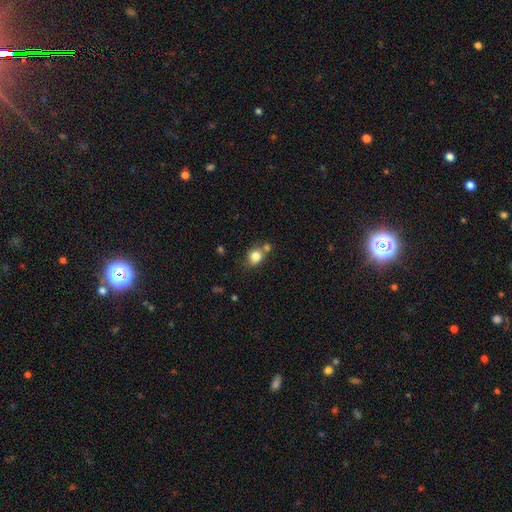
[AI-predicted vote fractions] smooth_or_featured: smooth (p=0.82) [alt: star or artifact p=0.10]
how_rounded: round (p=0.64) [alt: in between p=0.35]
merging: none (p=0.52) [alt: merger p=0.25]